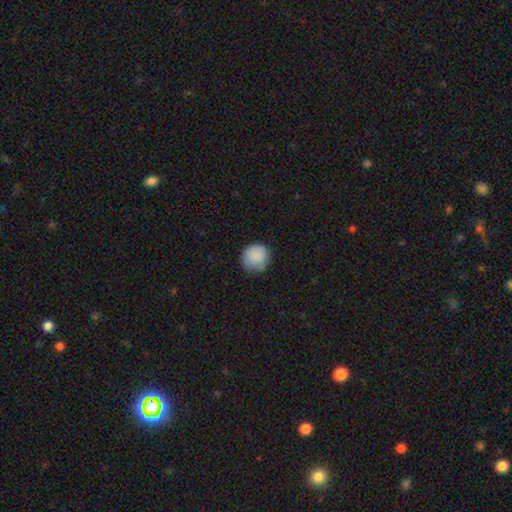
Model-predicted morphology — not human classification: A smooth galaxy with no disk features (88%) that is round (89%). Merging: none (76%).